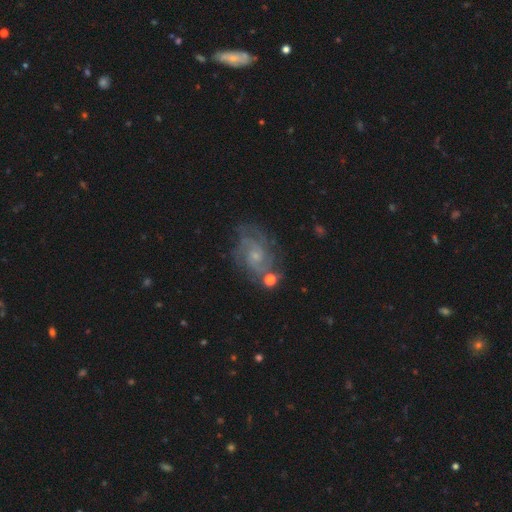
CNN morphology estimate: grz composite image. It shows a featured or disk galaxy (81%) with no bar (66%), 2 (32%) tight (48%) spiral arms (95%) and a small central bulge (67%). Merging: none (72%).